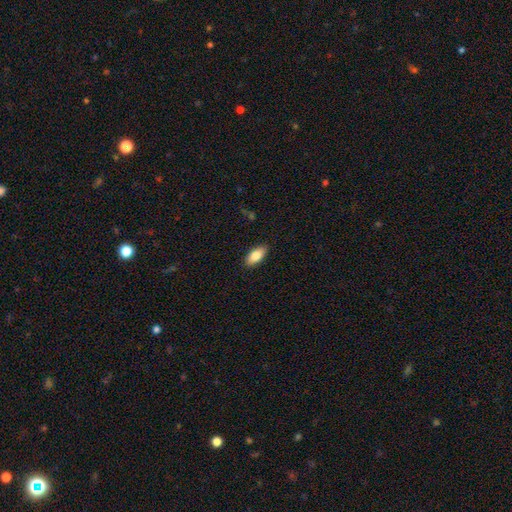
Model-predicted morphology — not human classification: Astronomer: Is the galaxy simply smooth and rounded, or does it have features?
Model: smooth — 82%.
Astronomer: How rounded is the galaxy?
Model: in between — 87%.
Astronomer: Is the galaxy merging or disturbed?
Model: none — 88%.